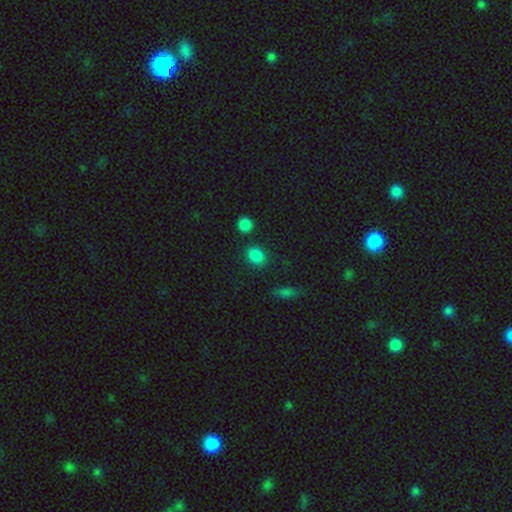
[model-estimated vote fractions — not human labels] Smooth or featured? smooth (85%)
How rounded? round (51%)
Merging? none (82%)